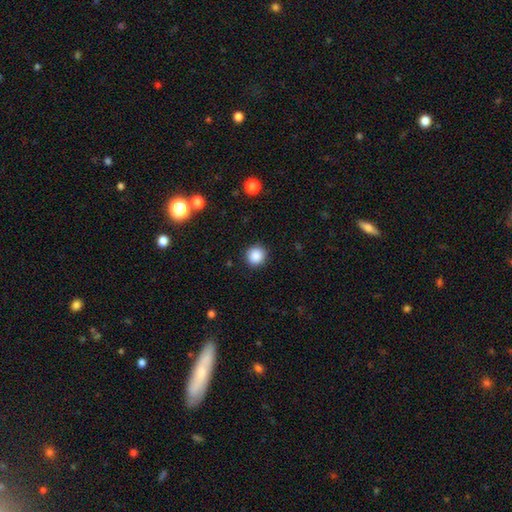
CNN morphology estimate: This is clearly a smooth galaxy (88%). How rounded: clearly round (93%). Merging: clearly none (91%).